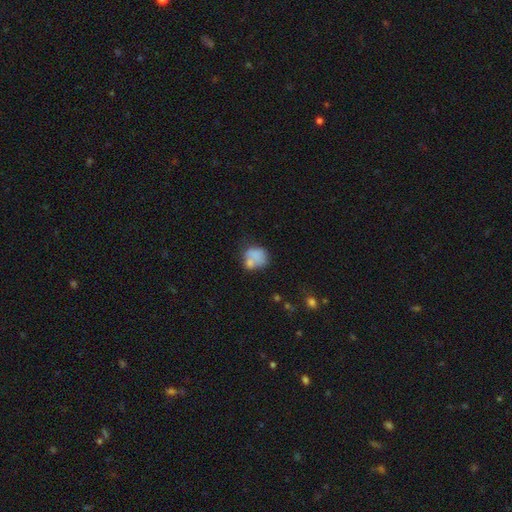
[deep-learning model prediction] Morphology: type=smooth (71%); roundness=round (58%); merging=none (39%).